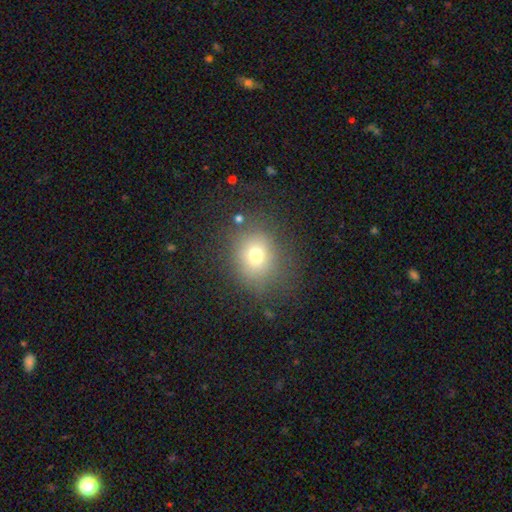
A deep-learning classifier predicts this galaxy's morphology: Smooth or featured: smooth — 71% (star or artifact — 16%)
How rounded: round — 67% (in between — 32%)
Merging: none — 76% (minor disturbance — 14%)